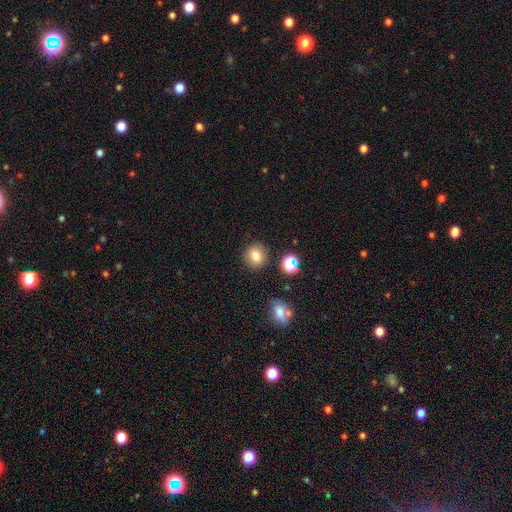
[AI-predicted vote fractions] smooth-or-featured: smooth: 78% | star or artifact: 14% | featured or disk: 9%
  how-rounded: round: 86% | in between: 13% | cigar-shaped: 1%
  merging: none: 87% | minor disturbance: 7% | merger: 3% | major disturbance: 3%